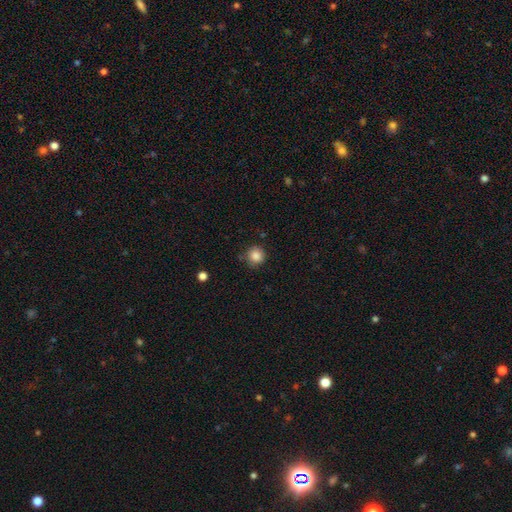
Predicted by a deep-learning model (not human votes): A smooth galaxy with no disk features (86%) that is round (90%).

Vote fractions:
- Smooth or featured? smooth: 86% / star or artifact: 10% / featured or disk: 4%
- How rounded? round: 90% / in between: 9% / cigar-shaped: 1%
- Merging? none: 81% / minor disturbance: 14% / major disturbance: 3% / merger: 2%